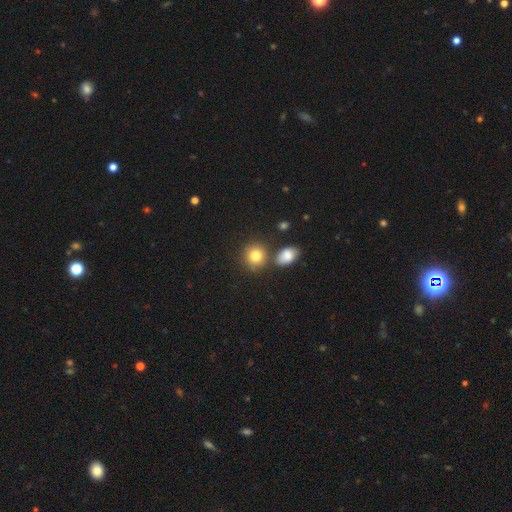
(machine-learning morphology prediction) type=smooth (82%); roundness=round (80%); merging=none (71%).